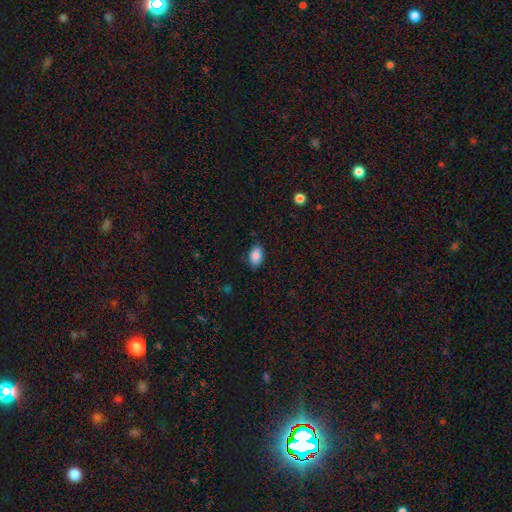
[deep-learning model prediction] Smooth or featured?
  - smooth: 87% *
  - star or artifact: 8%
  - featured or disk: 5%
How rounded?
  - in between: 91% *
  - round: 8%
  - cigar-shaped: 2%
Merging?
  - none: 82% *
  - minor disturbance: 14%
  - major disturbance: 3%
  - merger: 1%